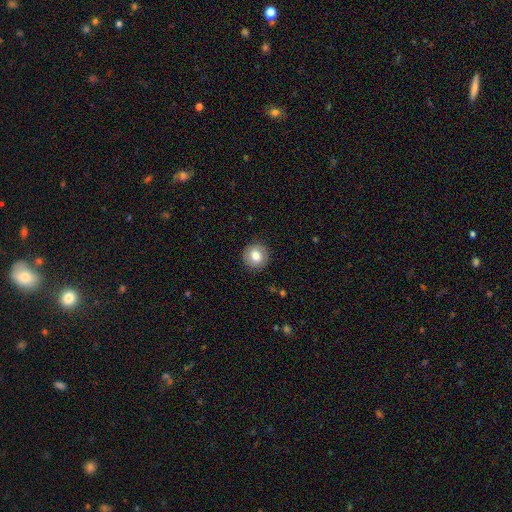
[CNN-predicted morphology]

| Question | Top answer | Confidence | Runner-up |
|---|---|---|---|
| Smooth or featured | smooth | 74% | featured or disk (18%) |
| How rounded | round | 93% | in between (6%) |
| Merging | none | 89% | minor disturbance (8%) |